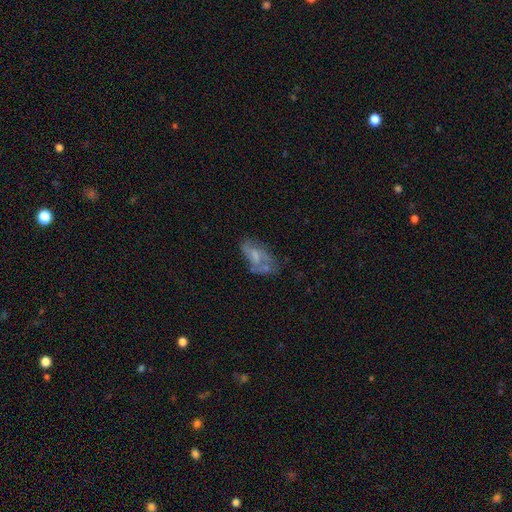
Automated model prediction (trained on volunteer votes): Smooth or featured: featured or disk — 50% (smooth — 40%)
Merging: none — 35% (minor disturbance — 25%)